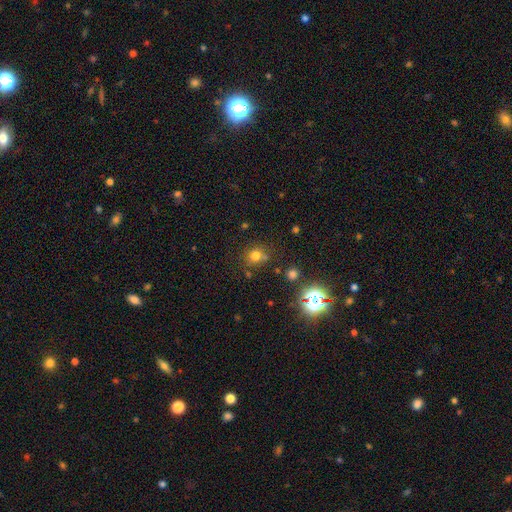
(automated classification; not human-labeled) smooth-or-featured: smooth: 70% | star or artifact: 22% | featured or disk: 8%
  how-rounded: round: 83% | in between: 16% | cigar-shaped: 1%
  merging: none: 71% | merger: 13% | minor disturbance: 12% | major disturbance: 4%